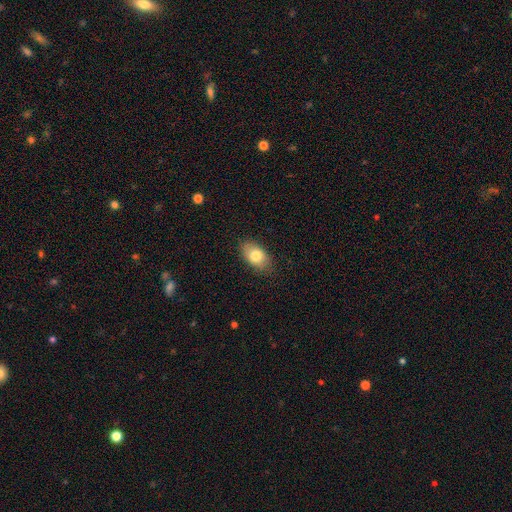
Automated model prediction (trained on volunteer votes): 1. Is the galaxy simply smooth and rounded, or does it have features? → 79% smooth, 14% featured or disk, 8% star or artifact.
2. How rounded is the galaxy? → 89% in between, 10% round, 2% cigar-shaped.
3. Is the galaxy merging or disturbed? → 83% none, 13% minor disturbance, 3% major disturbance, 1% merger.